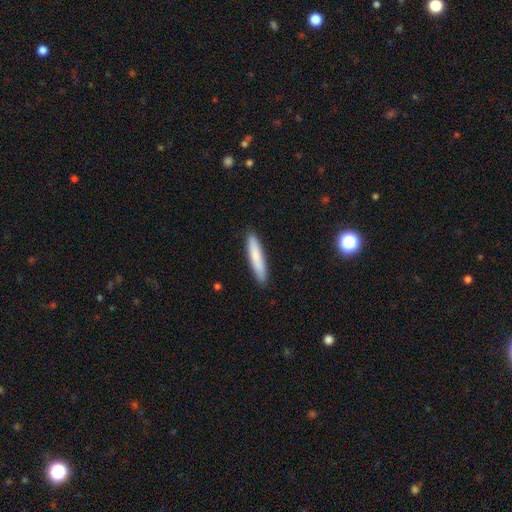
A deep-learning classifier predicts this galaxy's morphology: smooth-or-featured: smooth: 78% | featured or disk: 16% | star or artifact: 6%
  how-rounded: cigar-shaped: 91% | in between: 7% | round: 1%
  merging: none: 90% | minor disturbance: 8% | major disturbance: 1% | merger: 1%